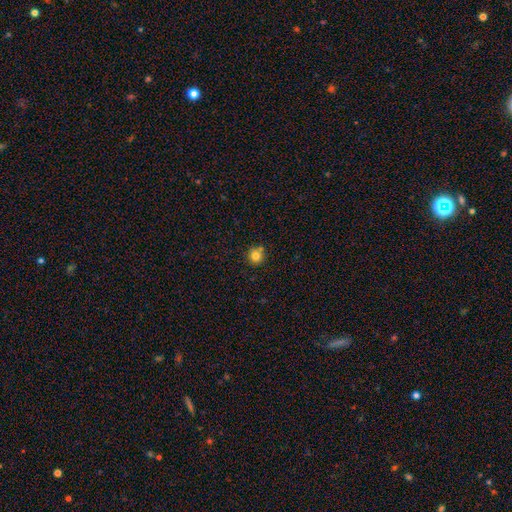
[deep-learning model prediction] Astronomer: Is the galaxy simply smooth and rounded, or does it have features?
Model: smooth — 81%.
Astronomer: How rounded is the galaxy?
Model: round — 93%.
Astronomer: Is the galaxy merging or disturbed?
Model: none — 77%.